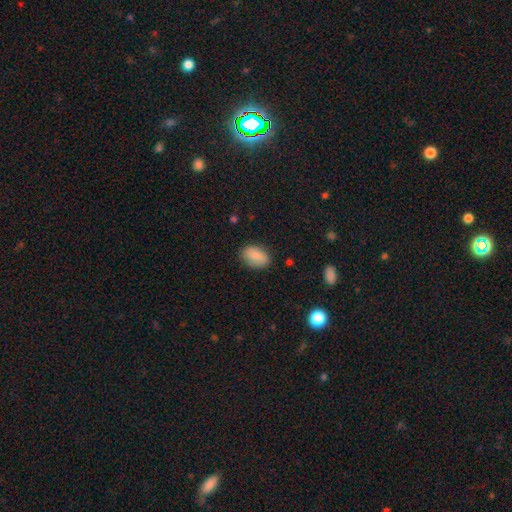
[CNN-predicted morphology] Smooth or featured? smooth (86%)
How rounded? in between (89%)
Merging? none (83%)